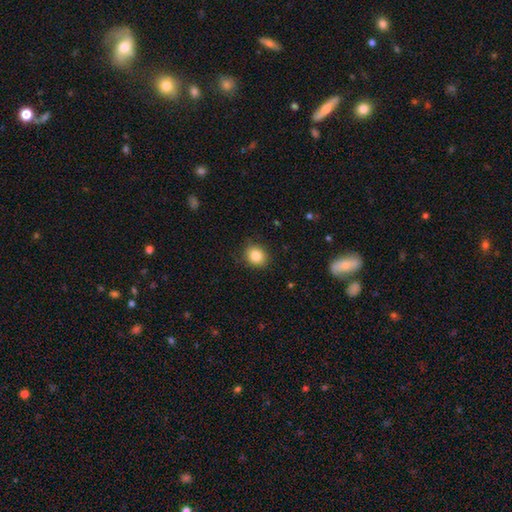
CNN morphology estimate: A smooth galaxy with no disk features (85%) that is round (69%).

Vote fractions:
- Smooth or featured? smooth: 85% / star or artifact: 10% / featured or disk: 5%
- How rounded? round: 69% / in between: 30% / cigar-shaped: 1%
- Merging? none: 86% / minor disturbance: 11% / major disturbance: 2% / merger: 1%